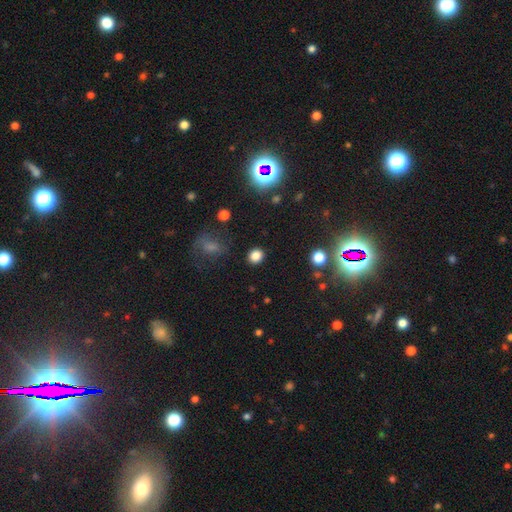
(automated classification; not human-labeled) A smooth galaxy with no disk features (83%) that is round (73%).

Vote fractions:
- Smooth or featured? smooth: 83% / star or artifact: 13% / featured or disk: 4%
- How rounded? round: 73% / in between: 25% / cigar-shaped: 1%
- Merging? none: 89% / minor disturbance: 7% / major disturbance: 3% / merger: 2%